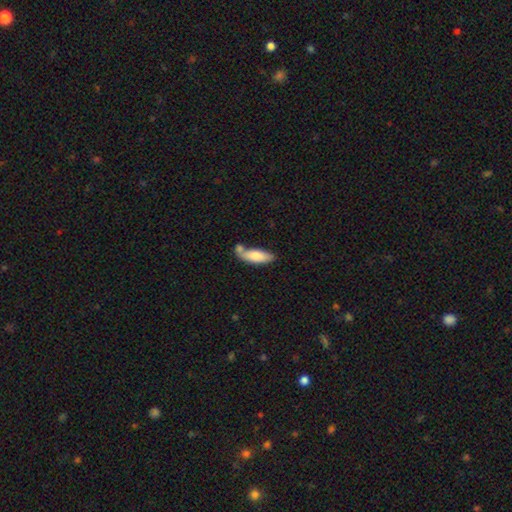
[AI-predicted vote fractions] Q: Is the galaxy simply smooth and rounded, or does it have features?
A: smooth — 79%.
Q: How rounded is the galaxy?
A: in between — 66%.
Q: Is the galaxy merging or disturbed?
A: none — 44%.